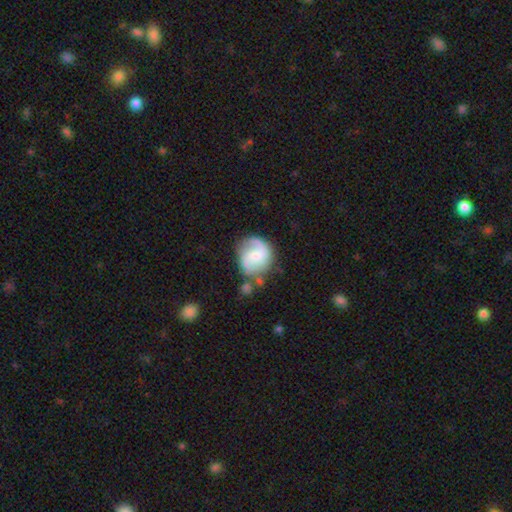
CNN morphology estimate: Smooth or featured?
  - featured or disk: 68% *
  - smooth: 25%
  - star or artifact: 6%
Edge-on disk?
  - no: 98% *
  - yes: 2%
Bar?
  - no: 50% *
  - weak: 41%
  - strong: 9%
Spiral arms?
  - yes: 92% *
  - no: 8%
Spiral winding?
  - medium: 47% *
  - loose: 31%
  - tight: 21%
Spiral arm count?
  - 2: 80% *
  - 1: 8%
  - can't tell: 7%
  - 3: 3%
  - 4: 1%
  - more than 4: 1%
Bulge size?
  - small: 52% *
  - moderate: 34%
  - none: 9%
  - large: 4%
  - dominant: 1%
Merging?
  - none: 61% *
  - minor disturbance: 19%
  - merger: 10%
  - major disturbance: 9%